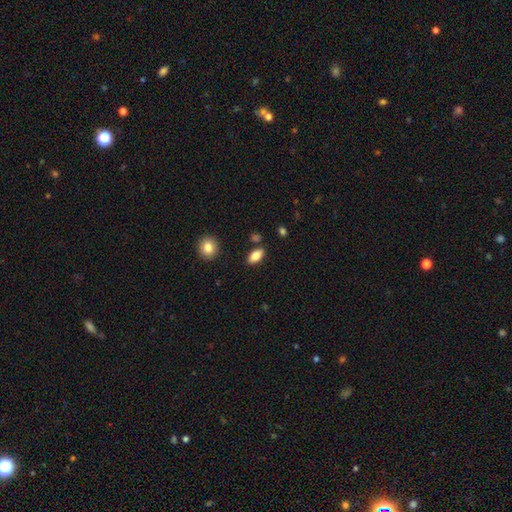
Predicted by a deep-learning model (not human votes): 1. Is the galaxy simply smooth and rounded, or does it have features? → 80% smooth, 12% featured or disk, 7% star or artifact.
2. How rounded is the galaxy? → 89% in between, 7% cigar-shaped, 4% round.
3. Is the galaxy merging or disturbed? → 83% none, 10% minor disturbance, 4% merger, 3% major disturbance.